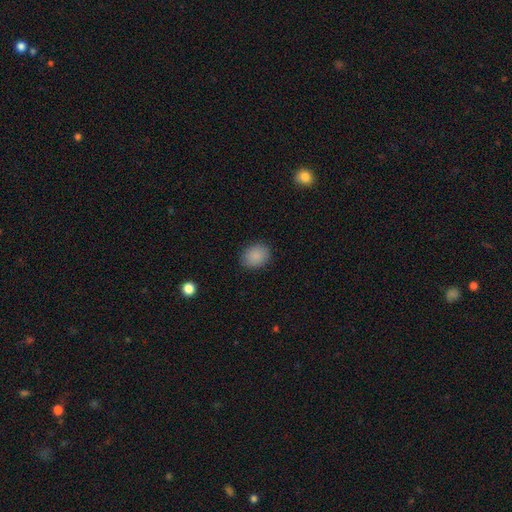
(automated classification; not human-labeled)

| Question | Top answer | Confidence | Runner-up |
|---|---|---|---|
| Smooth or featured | smooth | 88% | star or artifact (9%) |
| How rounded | in between | 58% | round (41%) |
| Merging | none | 88% | minor disturbance (9%) |